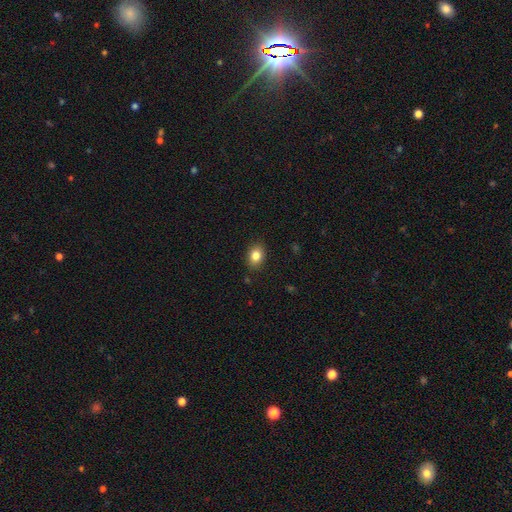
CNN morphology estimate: Smooth or featured? Predicted: smooth (p=0.84). How rounded? Predicted: in between (p=0.63). Merging? Predicted: none (p=0.88).